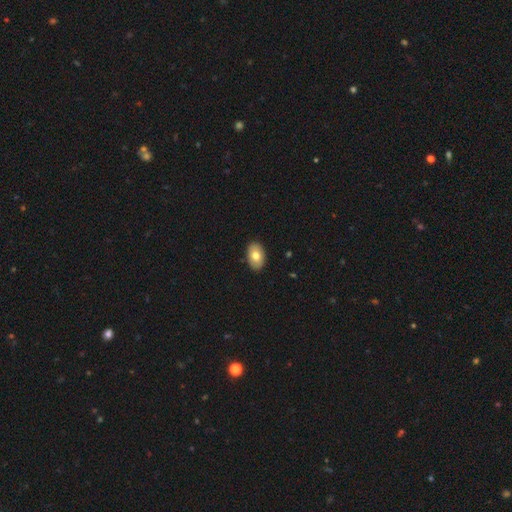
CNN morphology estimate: Smooth or featured? smooth (74%)
How rounded? in between (89%)
Merging? none (90%)